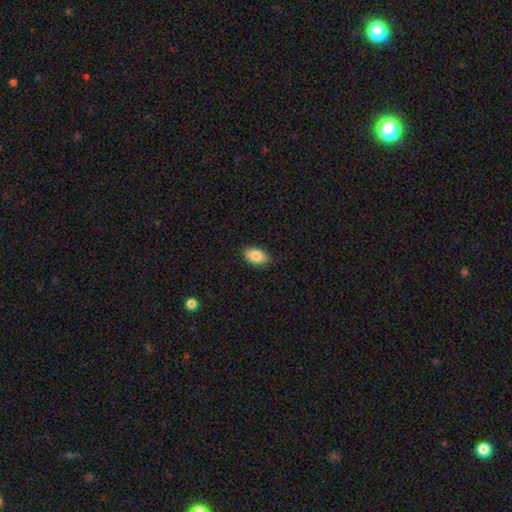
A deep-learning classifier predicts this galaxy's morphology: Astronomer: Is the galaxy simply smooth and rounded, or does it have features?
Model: smooth — 85%.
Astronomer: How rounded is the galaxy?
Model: in between — 92%.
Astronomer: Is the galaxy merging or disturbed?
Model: none — 88%.